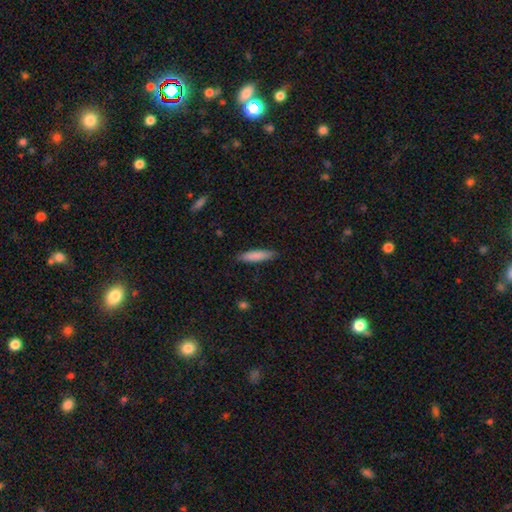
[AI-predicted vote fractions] smooth-or-featured: smooth: 83% | featured or disk: 11% | star or artifact: 6%
  how-rounded: cigar-shaped: 80% | in between: 19% | round: 1%
  merging: none: 86% | minor disturbance: 11% | major disturbance: 2% | merger: 1%